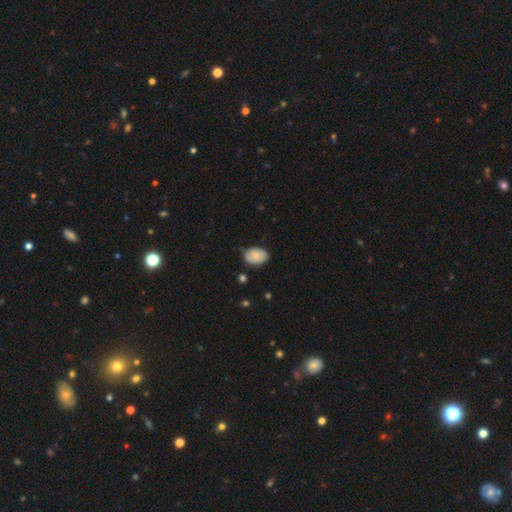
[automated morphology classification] Overall: smooth (70%). How rounded: in between (83%). Merging: none (65%; minor disturbance 29%).